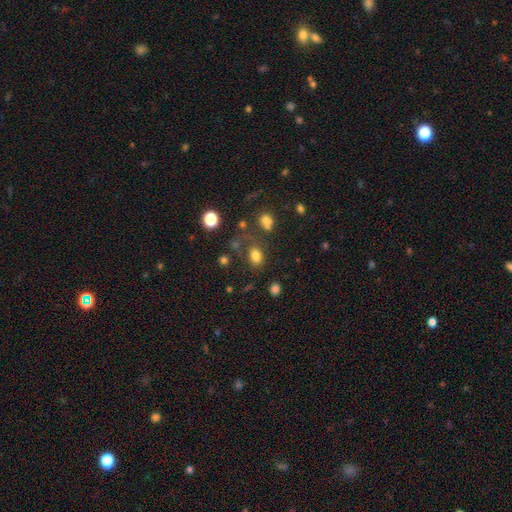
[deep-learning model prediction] The model was most divided on "how rounded": in between: 70%, round: 28%, cigar-shaped: 1%. More confident: smooth or featured — smooth (77%); merging — none (66%).